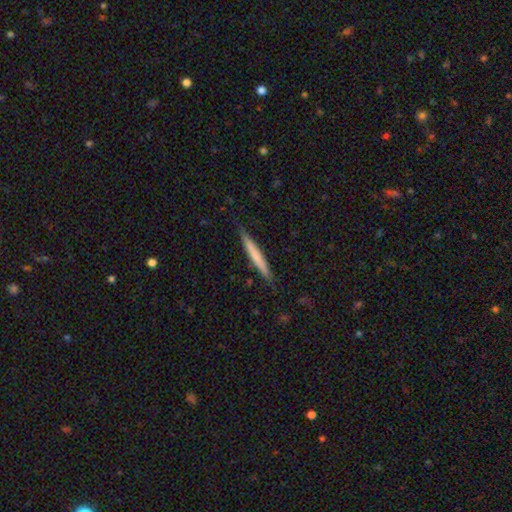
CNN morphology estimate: Smooth or featured?
  - smooth: 62% *
  - featured or disk: 32%
  - star or artifact: 5%
How rounded?
  - cigar-shaped: 96% *
  - in between: 3%
  - round: 1%
Merging?
  - none: 86% *
  - minor disturbance: 11%
  - major disturbance: 2%
  - merger: 1%